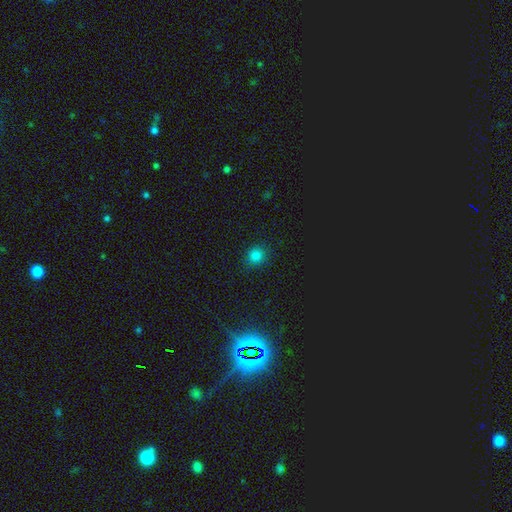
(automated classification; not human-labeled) smooth-or-featured: smooth: 79% | star or artifact: 17% | featured or disk: 4%
  how-rounded: round: 84% | in between: 15% | cigar-shaped: 1%
  merging: none: 88% | minor disturbance: 9% | major disturbance: 3% | merger: 1%